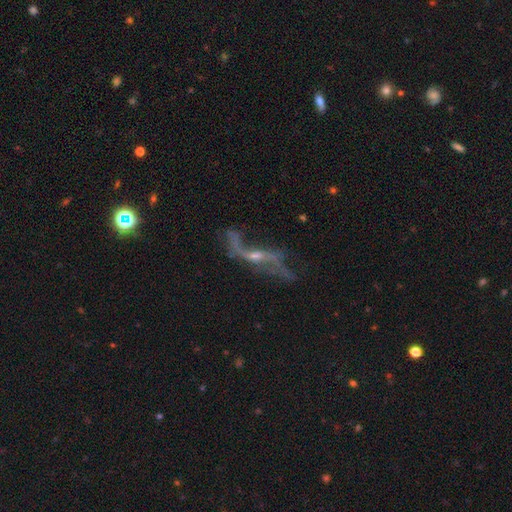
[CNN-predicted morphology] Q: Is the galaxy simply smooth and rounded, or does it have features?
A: featured or disk — 81%.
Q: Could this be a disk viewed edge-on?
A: no — 84%.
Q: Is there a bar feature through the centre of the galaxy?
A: no — 44%.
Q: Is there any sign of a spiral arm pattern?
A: yes — 83%.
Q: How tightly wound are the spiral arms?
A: loose — 93%.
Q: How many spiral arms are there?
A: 2 — 84%.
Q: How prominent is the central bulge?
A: small — 58%.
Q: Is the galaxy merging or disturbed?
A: none — 46%.